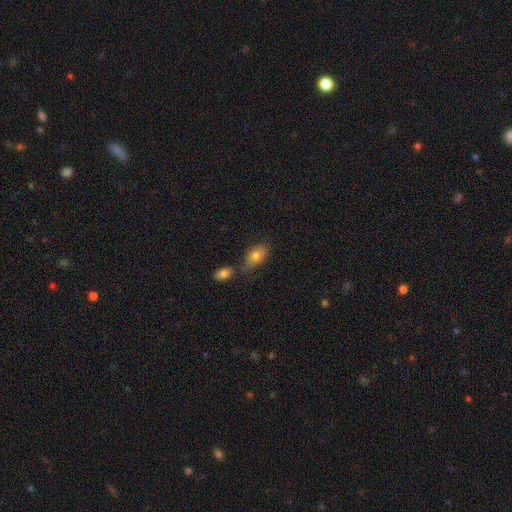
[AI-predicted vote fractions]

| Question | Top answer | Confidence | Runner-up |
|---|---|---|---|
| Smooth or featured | smooth | 75% | featured or disk (16%) |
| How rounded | in between | 89% | round (8%) |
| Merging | none | 54% | merger (25%) |